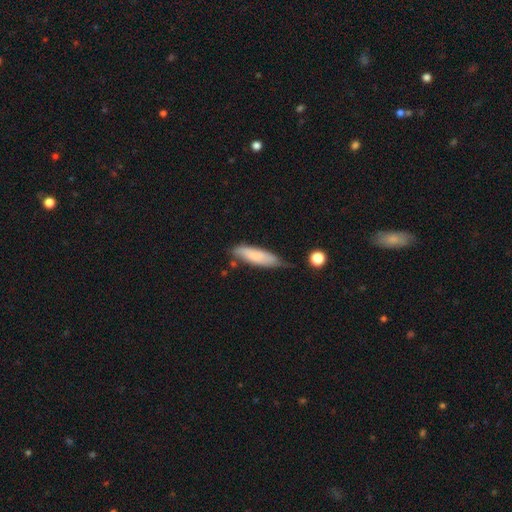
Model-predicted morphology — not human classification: Q: Smooth or featured?
A: smooth (77%); runner-up: featured or disk (16%)
Q: How rounded?
A: cigar-shaped (62%); runner-up: in between (36%)
Q: Merging?
A: none (58%); runner-up: minor disturbance (31%)